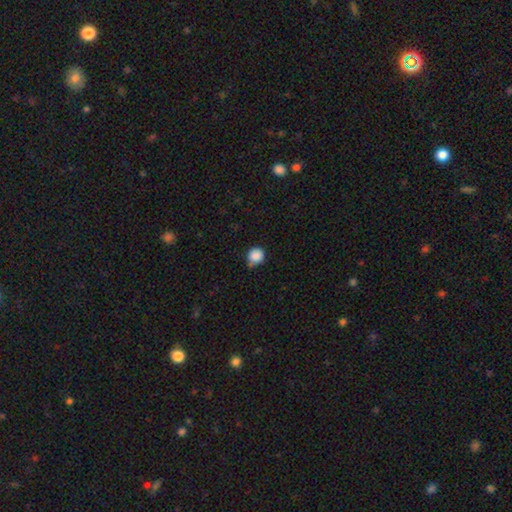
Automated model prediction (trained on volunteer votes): A smooth galaxy with no disk features (87%) that is round (90%).

Vote fractions:
- Smooth or featured? smooth: 87% / star or artifact: 10% / featured or disk: 3%
- How rounded? round: 90% / in between: 9% / cigar-shaped: 1%
- Merging? none: 64% / minor disturbance: 28% / major disturbance: 4% / merger: 4%